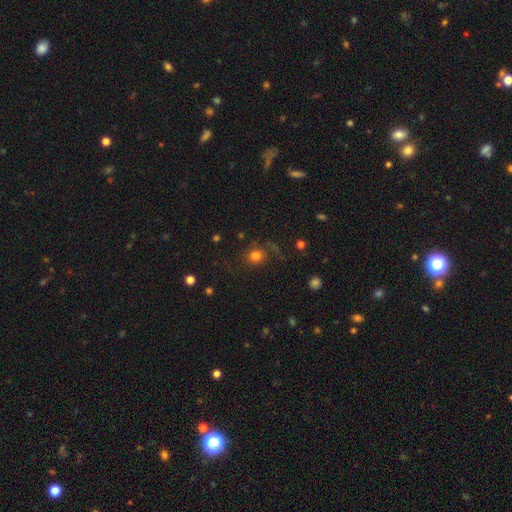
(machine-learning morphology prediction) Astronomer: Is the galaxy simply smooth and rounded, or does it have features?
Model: smooth — 61%.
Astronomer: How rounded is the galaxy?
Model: round — 75%.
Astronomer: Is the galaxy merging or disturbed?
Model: none — 60%.